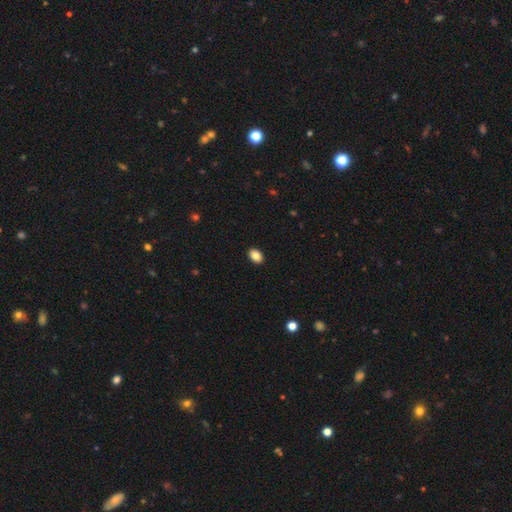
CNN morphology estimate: Smooth or featured: smooth — 86% (star or artifact — 8%)
How rounded: in between — 82% (round — 17%)
Merging: none — 91% (minor disturbance — 7%)